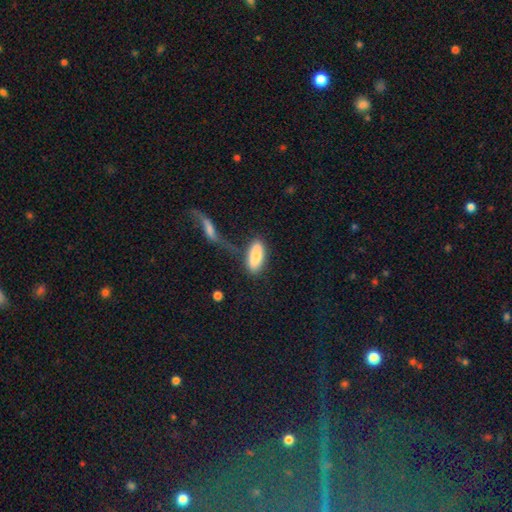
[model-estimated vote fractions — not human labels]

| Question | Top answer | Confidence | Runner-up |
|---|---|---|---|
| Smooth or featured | smooth | 81% | featured or disk (13%) |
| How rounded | in between | 80% | cigar-shaped (17%) |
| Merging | none | 60% | merger (16%) |